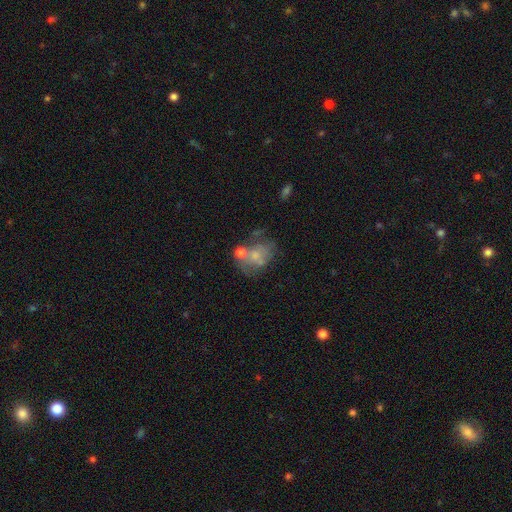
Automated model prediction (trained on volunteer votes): smooth 47%, featured or disk 41%, star or artifact 12%. Down the decision tree: merging — none (32%).